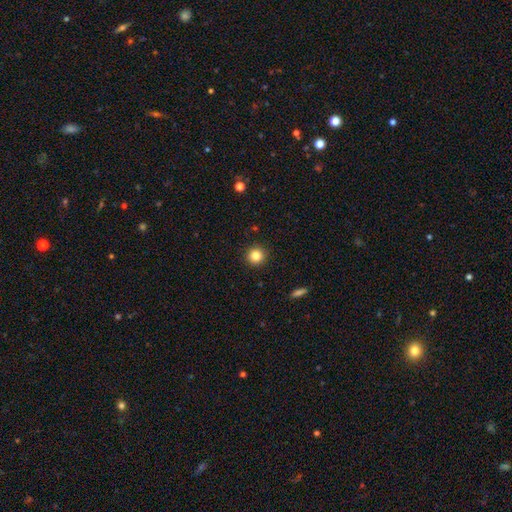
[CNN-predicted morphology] This appears to be a smooth galaxy with no disk features (84%) that is round (95%). Merging: none (92%).